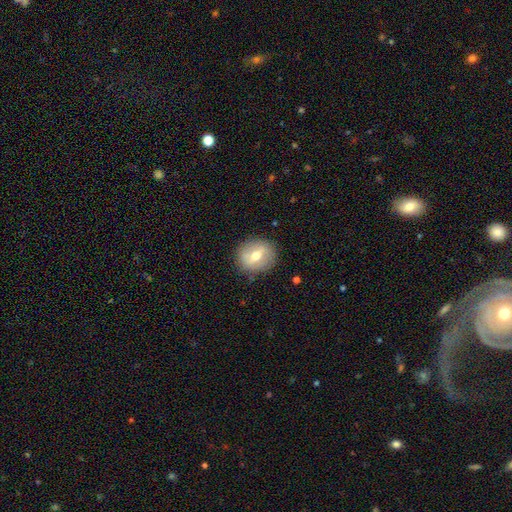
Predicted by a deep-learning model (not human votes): The model was most divided on "smooth or featured": smooth: 55%, featured or disk: 37%, star or artifact: 8%. More confident: merging — none (85%); how rounded — round (75%).